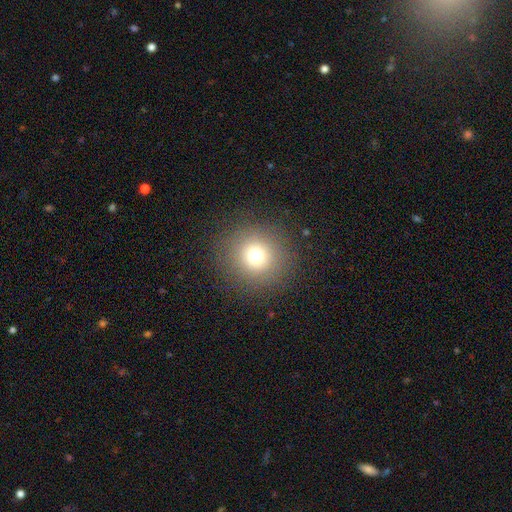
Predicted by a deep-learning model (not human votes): smooth 72%, star or artifact 18%, featured or disk 11%. Down the decision tree: how rounded — round (94%); merging — none (89%).